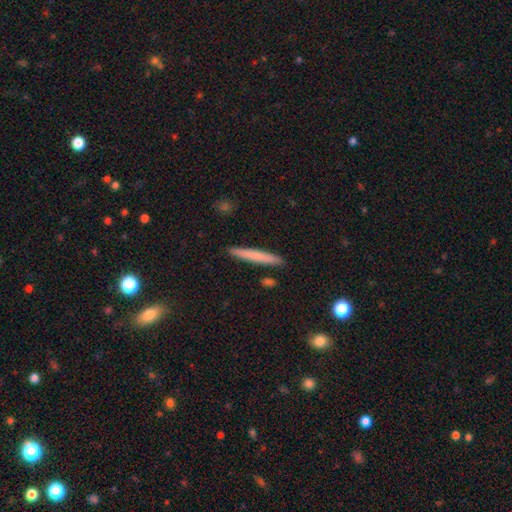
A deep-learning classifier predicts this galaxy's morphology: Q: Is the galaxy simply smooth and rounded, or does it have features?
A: smooth — 71%.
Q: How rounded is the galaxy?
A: cigar-shaped — 96%.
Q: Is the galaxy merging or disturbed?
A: none — 90%.